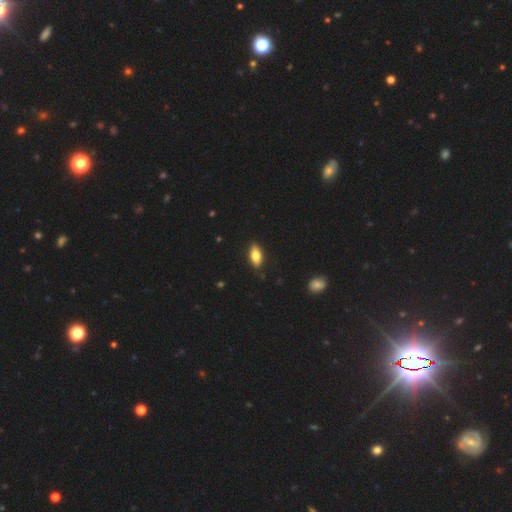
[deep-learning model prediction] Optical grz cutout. It shows a smooth galaxy with no disk features (76%) that is in between round and cigar-shaped (86%). Merging: none (86%).